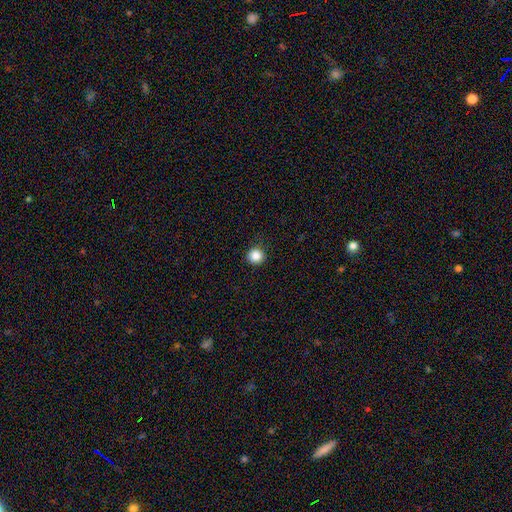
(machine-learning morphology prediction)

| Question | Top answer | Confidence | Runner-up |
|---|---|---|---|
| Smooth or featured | smooth | 86% | star or artifact (11%) |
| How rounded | round | 94% | in between (5%) |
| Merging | none | 91% | minor disturbance (6%) |